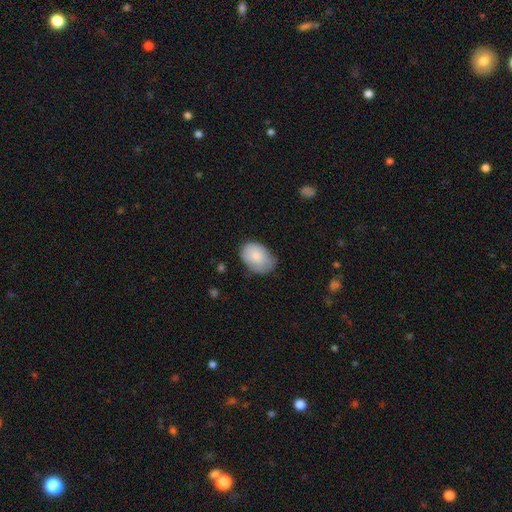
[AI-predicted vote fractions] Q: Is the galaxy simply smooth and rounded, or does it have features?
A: smooth — 83%.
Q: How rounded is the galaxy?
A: in between — 85%.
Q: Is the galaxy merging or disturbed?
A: none — 60%.